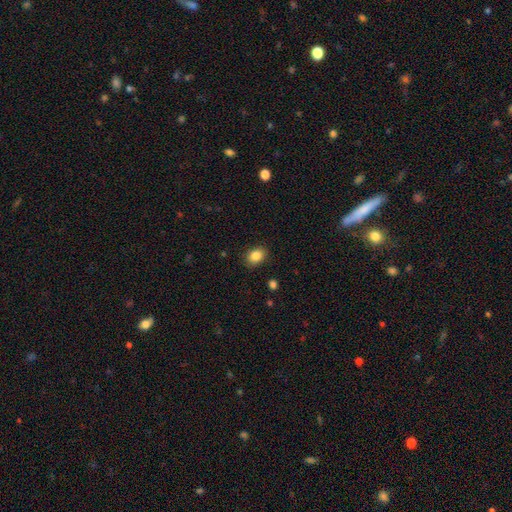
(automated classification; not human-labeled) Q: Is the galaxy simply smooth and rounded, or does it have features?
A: smooth — 86%.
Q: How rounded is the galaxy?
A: in between — 61%.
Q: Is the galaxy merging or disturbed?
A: none — 86%.